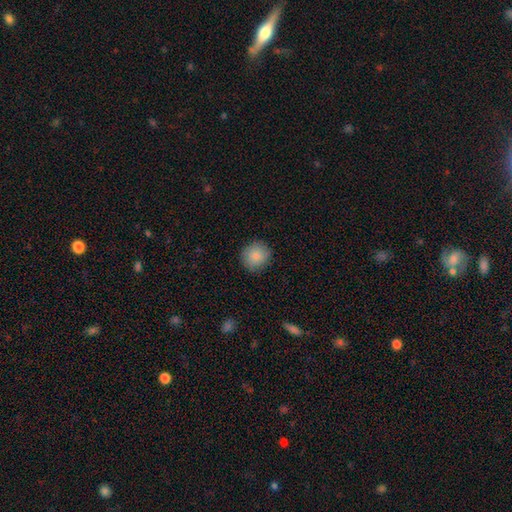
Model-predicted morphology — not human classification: Smooth or featured?
  - smooth: 84% *
  - featured or disk: 8%
  - star or artifact: 8%
How rounded?
  - round: 90% *
  - in between: 9%
  - cigar-shaped: 1%
Merging?
  - none: 87% *
  - minor disturbance: 10%
  - major disturbance: 2%
  - merger: 1%